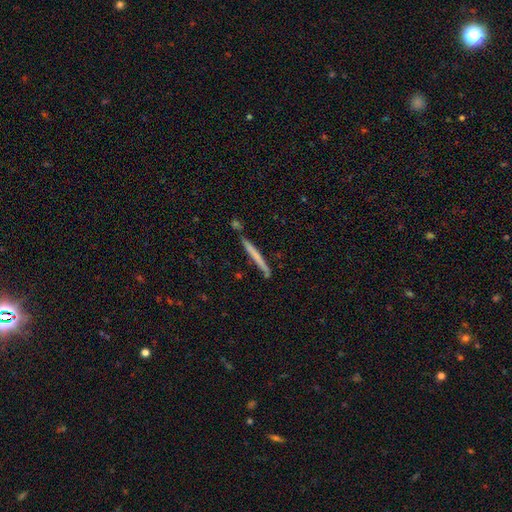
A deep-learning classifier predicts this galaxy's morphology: smooth_or_featured: smooth (p=0.55) [alt: featured or disk p=0.38]
how_rounded: cigar-shaped (p=0.97) [alt: in between p=0.02]
merging: none (p=0.83) [alt: minor disturbance p=0.10]